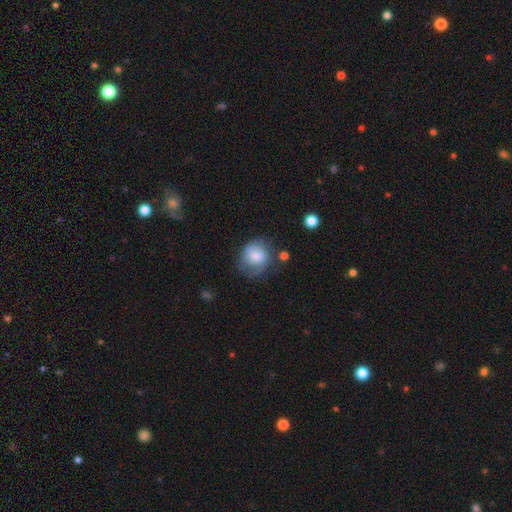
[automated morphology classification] Smooth or featured: smooth — 74% (featured or disk — 18%)
How rounded: round — 70% (in between — 29%)
Merging: none — 56% (minor disturbance — 27%)